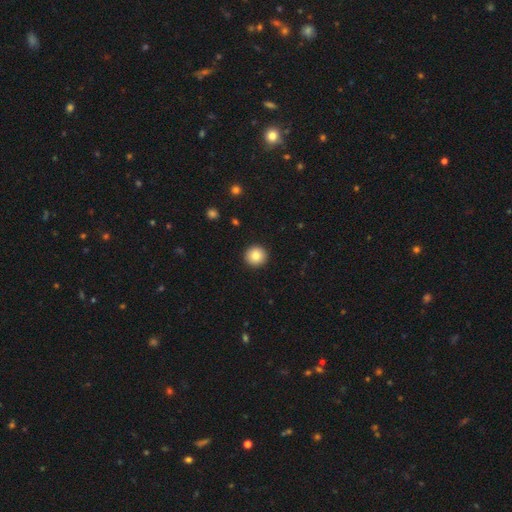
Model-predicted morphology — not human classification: Smooth or featured?
  - smooth: 85% *
  - star or artifact: 9%
  - featured or disk: 6%
How rounded?
  - round: 95% *
  - in between: 4%
  - cigar-shaped: 1%
Merging?
  - none: 93% *
  - minor disturbance: 5%
  - major disturbance: 2%
  - merger: 1%